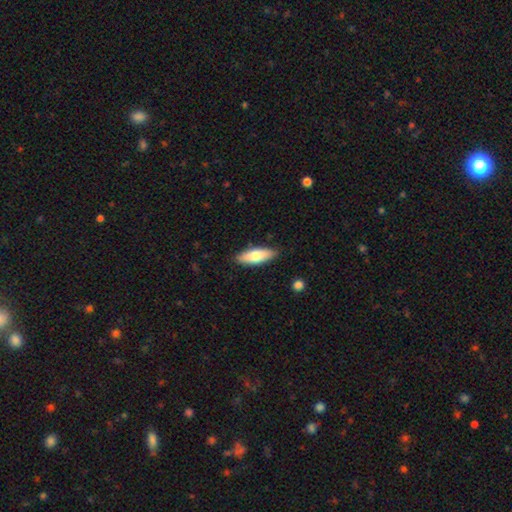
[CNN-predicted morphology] smooth 72%, featured or disk 22%, star or artifact 6%. Down the decision tree: how rounded — in between (63%); merging — none (87%).